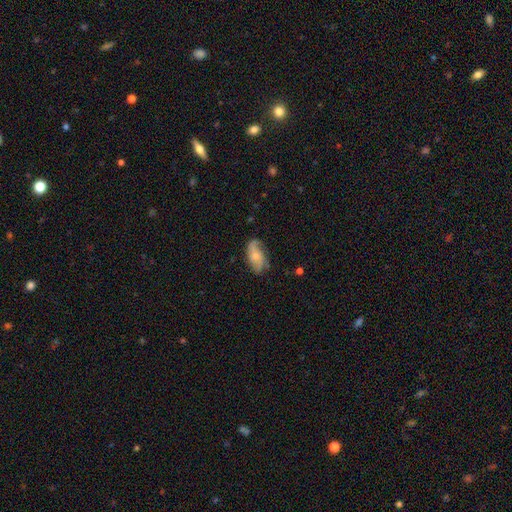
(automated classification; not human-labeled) Smooth or featured? Predicted: featured or disk (p=0.47). Merging? Predicted: none (p=0.61).